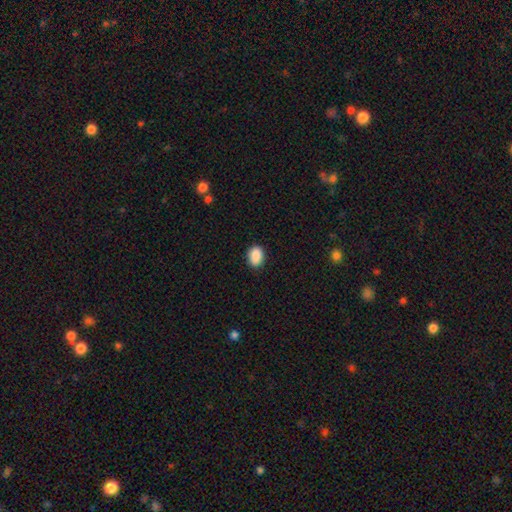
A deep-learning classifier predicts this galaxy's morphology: smooth 89%, star or artifact 8%, featured or disk 3%. Down the decision tree: how rounded — in between (75%); merging — none (87%).